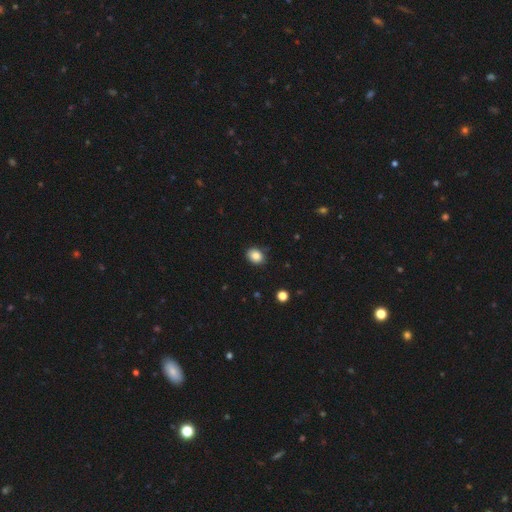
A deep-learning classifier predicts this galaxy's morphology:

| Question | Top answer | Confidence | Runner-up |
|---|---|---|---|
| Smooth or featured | smooth | 85% | star or artifact (10%) |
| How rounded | in between | 52% | round (48%) |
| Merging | none | 85% | minor disturbance (11%) |